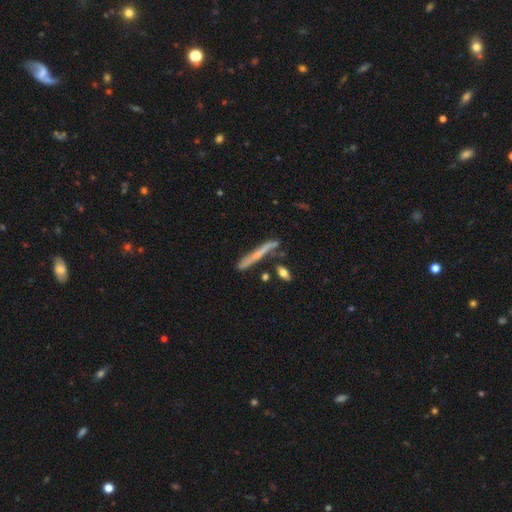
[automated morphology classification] Q: Smooth or featured?
A: smooth (48%); runner-up: featured or disk (44%)
Q: Merging?
A: none (76%); runner-up: minor disturbance (13%)